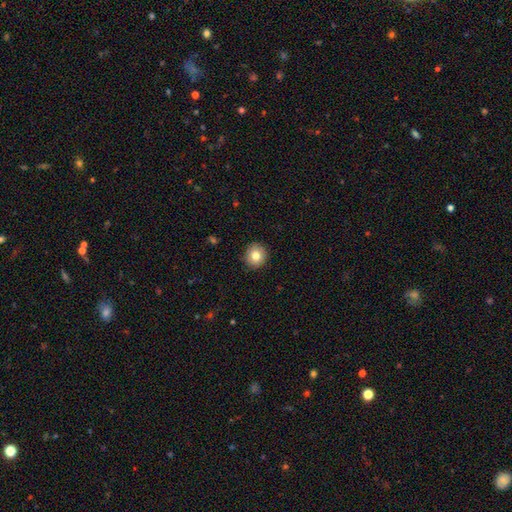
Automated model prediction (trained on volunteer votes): Q: Smooth or featured?
A: smooth (81%); runner-up: featured or disk (10%)
Q: How rounded?
A: round (93%); runner-up: in between (7%)
Q: Merging?
A: none (91%); runner-up: minor disturbance (6%)